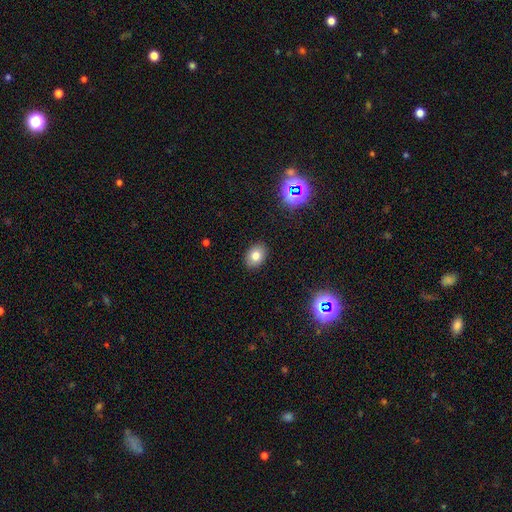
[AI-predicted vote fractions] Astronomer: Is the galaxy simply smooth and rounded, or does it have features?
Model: smooth — 77%.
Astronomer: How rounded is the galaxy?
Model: in between — 70%.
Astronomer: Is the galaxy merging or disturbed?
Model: none — 89%.